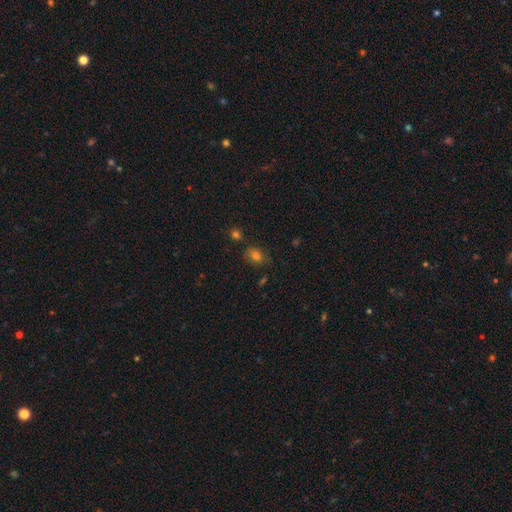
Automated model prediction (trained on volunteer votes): Smooth or featured? smooth (70%)
How rounded? in between (63%)
Merging? none (75%)